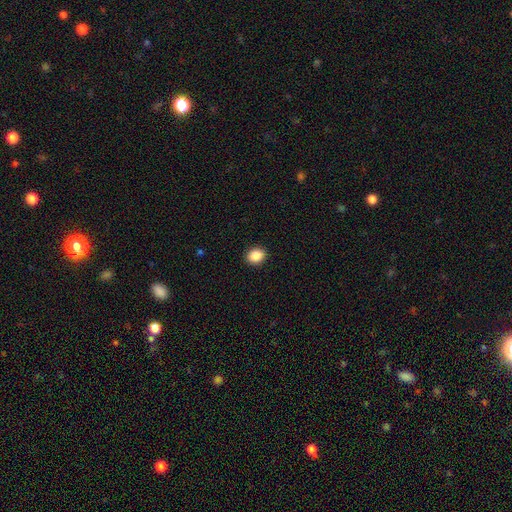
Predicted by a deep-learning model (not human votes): Smooth or featured? Predicted: smooth (p=0.88). How rounded? Predicted: round (p=0.58). Merging? Predicted: none (p=0.92).